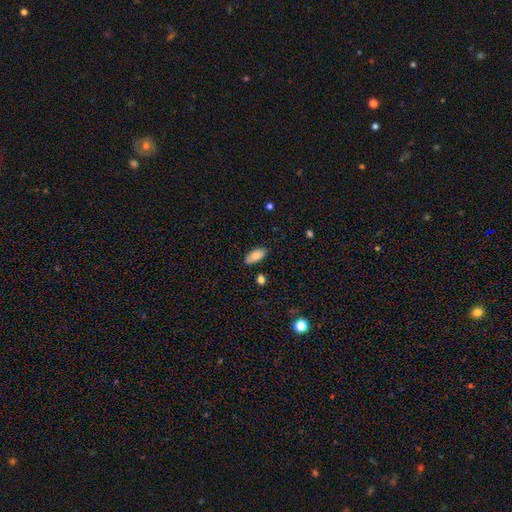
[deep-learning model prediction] The model was most divided on "merging": none: 84%, minor disturbance: 12%, major disturbance: 2%, merger: 2%. More confident: how rounded — in between (91%); smooth or featured — smooth (84%).